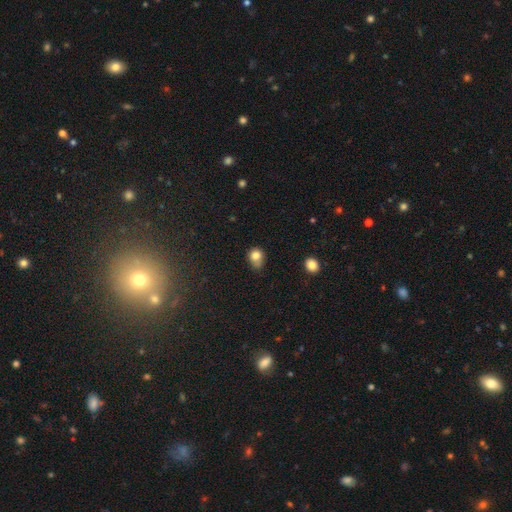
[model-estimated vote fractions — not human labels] Smooth or featured?
  - smooth: 79% *
  - star or artifact: 11%
  - featured or disk: 9%
How rounded?
  - round: 60% *
  - in between: 39%
  - cigar-shaped: 1%
Merging?
  - none: 44% *
  - minor disturbance: 39%
  - major disturbance: 11%
  - merger: 6%